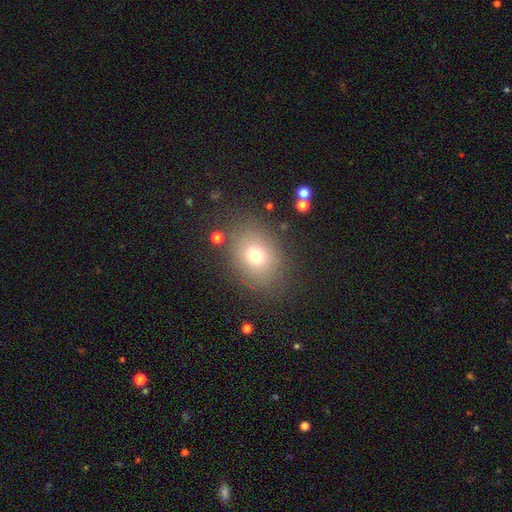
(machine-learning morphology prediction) Overall: smooth (72%). How rounded: in between (51%; round 48%). Merging: none (80%).